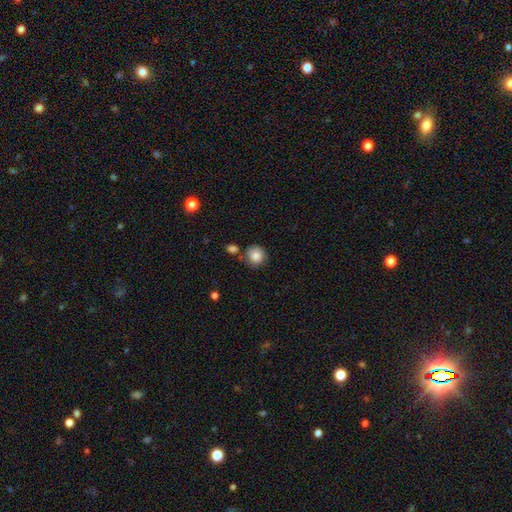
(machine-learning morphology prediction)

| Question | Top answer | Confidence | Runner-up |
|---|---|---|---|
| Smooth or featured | smooth | 85% | star or artifact (9%) |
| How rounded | round | 90% | in between (9%) |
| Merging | none | 73% | minor disturbance (14%) |